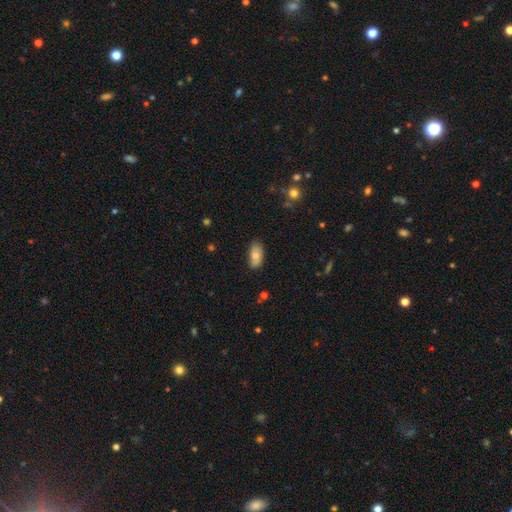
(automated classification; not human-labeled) Overall: smooth (74%). How rounded: in between (91%). Merging: none (71%).